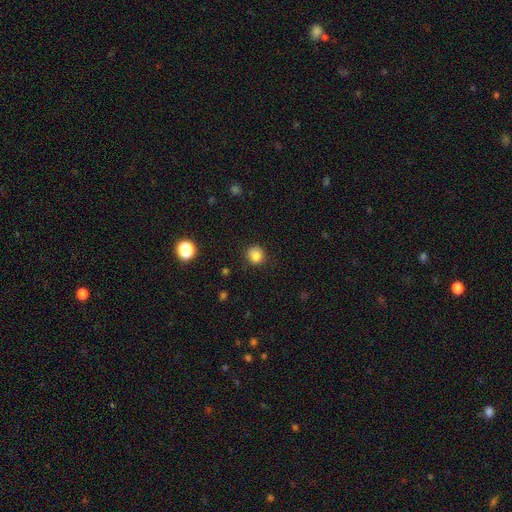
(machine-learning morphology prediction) smooth-or-featured: smooth: 83% | star or artifact: 12% | featured or disk: 5%
  how-rounded: round: 87% | in between: 12% | cigar-shaped: 1%
  merging: none: 83% | minor disturbance: 12% | major disturbance: 3% | merger: 1%